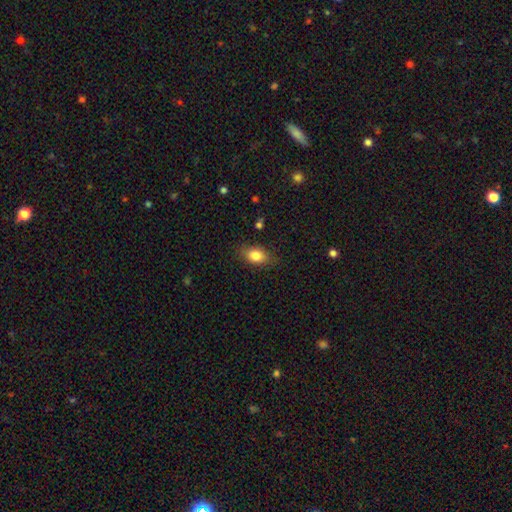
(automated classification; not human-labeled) This appears to be a smooth galaxy with no disk features (83%) that is in between round and cigar-shaped (85%). Merging: none (83%).